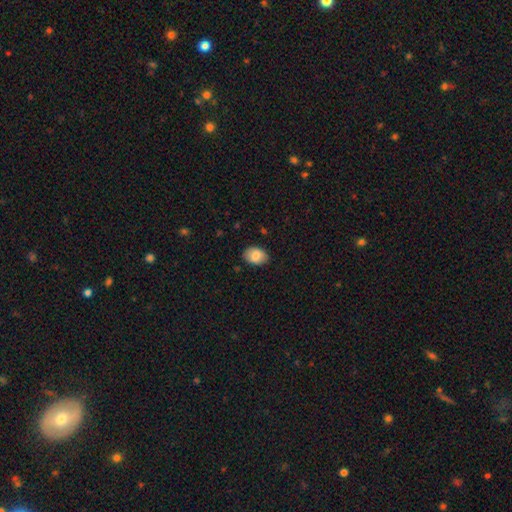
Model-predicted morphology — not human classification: Smooth or featured?
  - smooth: 83% *
  - featured or disk: 10%
  - star or artifact: 7%
How rounded?
  - in between: 81% *
  - round: 18%
  - cigar-shaped: 1%
Merging?
  - none: 84% *
  - minor disturbance: 12%
  - major disturbance: 2%
  - merger: 1%